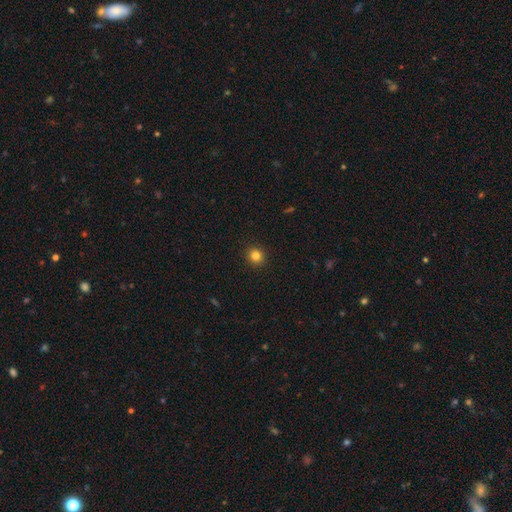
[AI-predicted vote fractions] A smooth galaxy with no disk features (82%) that is round (91%). Merging: none (93%).